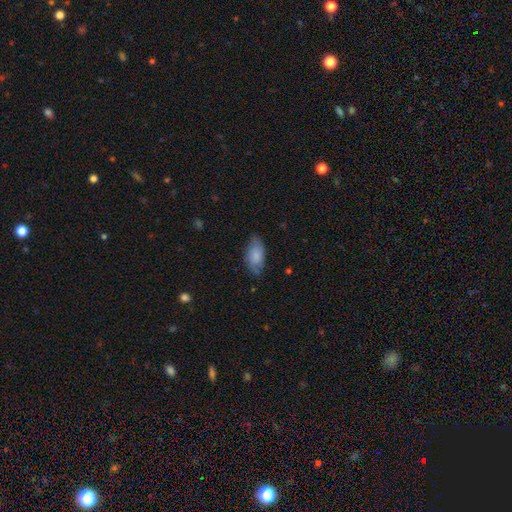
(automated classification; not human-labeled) The model was most divided on "smooth or featured": smooth: 64%, featured or disk: 29%, star or artifact: 7%. More confident: how rounded — in between (91%); merging — none (64%).